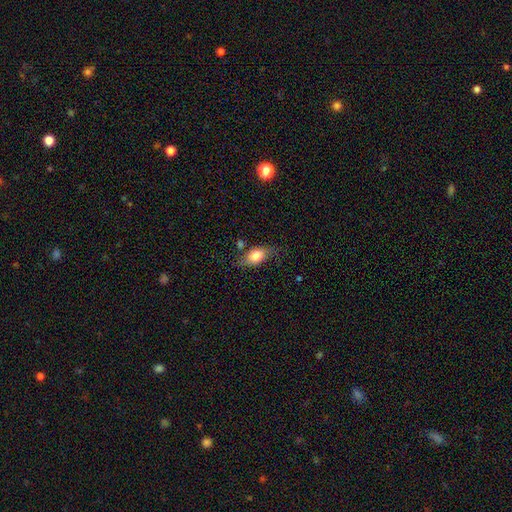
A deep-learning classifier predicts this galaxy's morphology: type=smooth (75%); roundness=in between (81%); merging=none (62%).